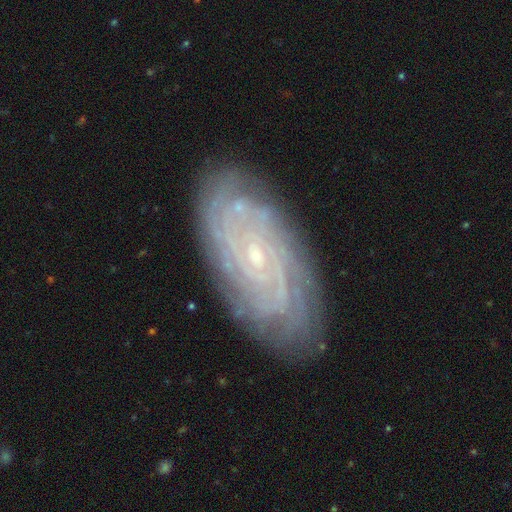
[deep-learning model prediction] smooth_or_featured: featured or disk (p=0.83) [alt: smooth p=0.10]
disk_edge_on: no (p=0.94) [alt: yes p=0.06]
bar: no (p=0.73) [alt: weak p=0.21]
has_spiral_arms: yes (p=0.95) [alt: no p=0.05]
spiral_winding: tight (p=0.81) [alt: medium p=0.15]
spiral_arm_count: can't tell (p=0.38) [alt: more than 4 p=0.19]
bulge_size: small (p=0.86) [alt: moderate p=0.10]
merging: none (p=0.84) [alt: minor disturbance p=0.11]